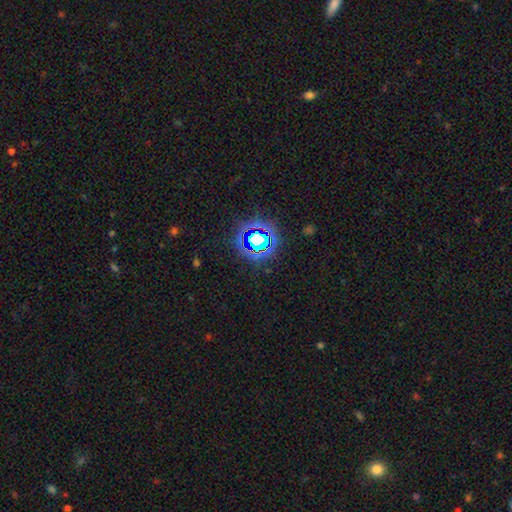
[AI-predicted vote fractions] This is likely a star or artifact rather than a galaxy (78%).